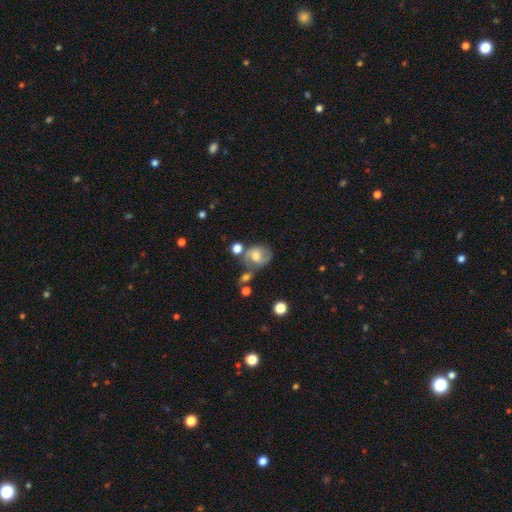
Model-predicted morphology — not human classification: The model was most divided on "smooth or featured": smooth: 46%, featured or disk: 44%, star or artifact: 10%. Remaining: merging — none (48%).